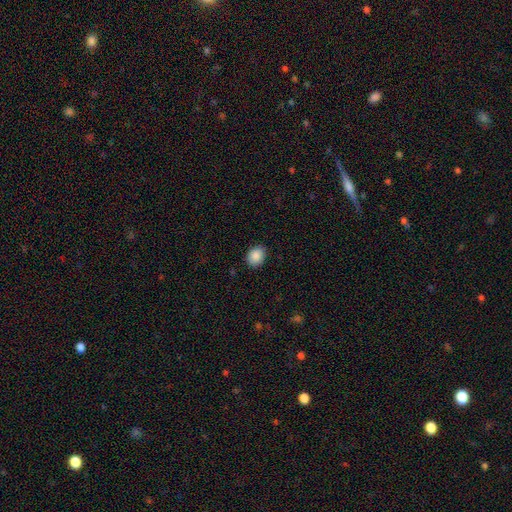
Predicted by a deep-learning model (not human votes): smooth_or_featured: smooth (p=0.88) [alt: star or artifact p=0.08]
how_rounded: in between (p=0.50) [alt: round p=0.49]
merging: none (p=0.88) [alt: minor disturbance p=0.09]